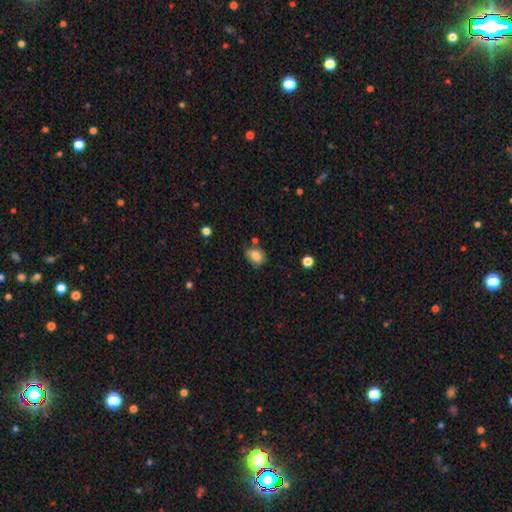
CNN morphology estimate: smooth 80%, featured or disk 11%, star or artifact 9%. Down the decision tree: how rounded — in between (54%); merging — none (65%).